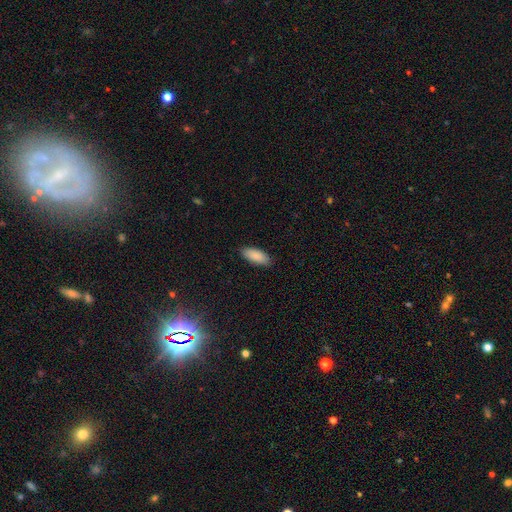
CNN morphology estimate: This appears to be a smooth galaxy with no disk features (90%) that is in between round and cigar-shaped (84%). Merging: none (87%).